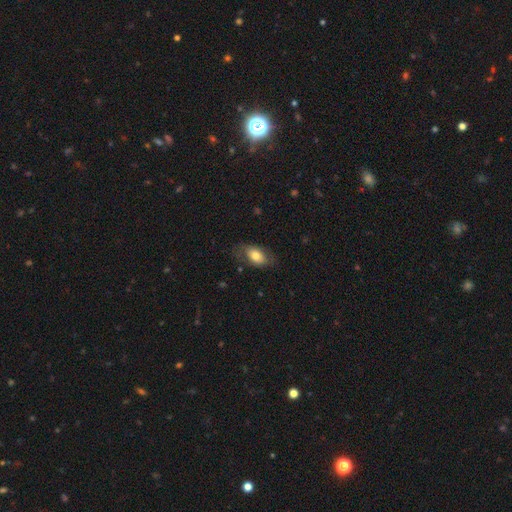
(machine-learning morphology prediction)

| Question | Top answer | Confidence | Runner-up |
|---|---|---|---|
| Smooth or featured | smooth | 72% | featured or disk (21%) |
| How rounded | in between | 90% | round (8%) |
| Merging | none | 68% | minor disturbance (21%) |